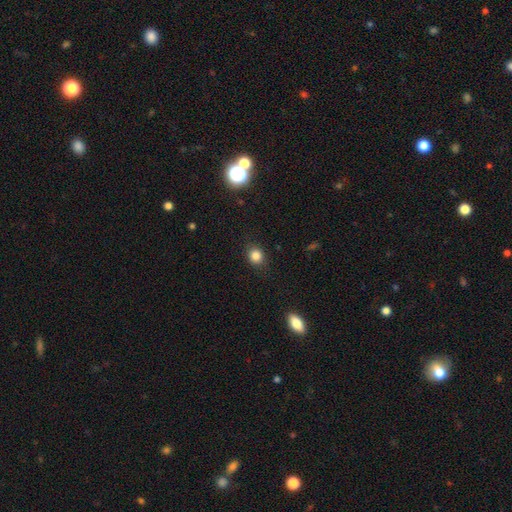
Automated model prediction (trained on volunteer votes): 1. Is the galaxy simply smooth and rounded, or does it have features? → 84% smooth, 12% star or artifact, 5% featured or disk.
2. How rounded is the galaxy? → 71% round, 28% in between, 1% cigar-shaped.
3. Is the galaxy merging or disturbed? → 86% none, 10% minor disturbance, 3% major disturbance, 1% merger.